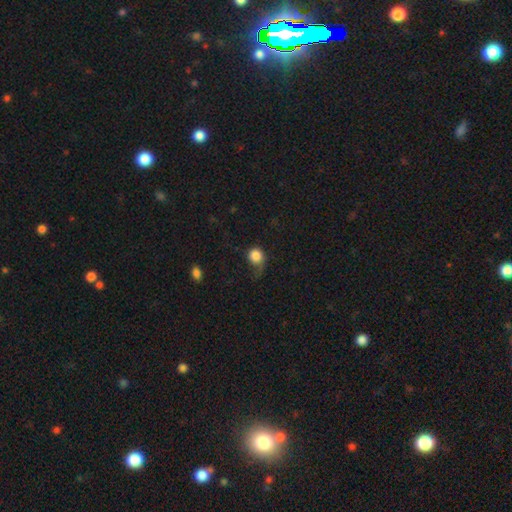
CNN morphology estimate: Smooth or featured? Predicted: smooth (p=0.83). How rounded? Predicted: round (p=0.84). Merging? Predicted: none (p=0.41).